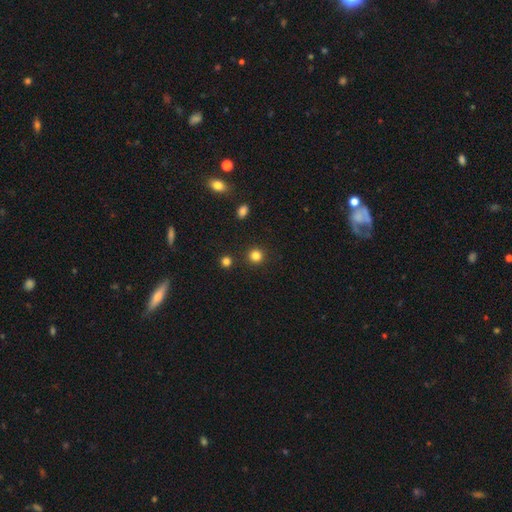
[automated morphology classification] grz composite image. It shows a smooth galaxy with no disk features (83%) that is round (93%). Merging: none (90%).